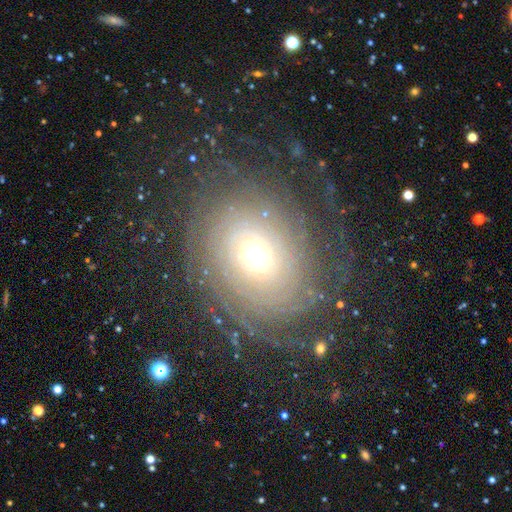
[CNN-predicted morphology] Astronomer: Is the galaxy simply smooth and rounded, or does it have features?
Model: featured or disk — 78%.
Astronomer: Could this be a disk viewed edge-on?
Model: no — 96%.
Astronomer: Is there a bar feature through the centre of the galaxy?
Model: no — 74%.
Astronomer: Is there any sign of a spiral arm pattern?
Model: yes — 90%.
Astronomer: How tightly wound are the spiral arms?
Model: tight — 79%.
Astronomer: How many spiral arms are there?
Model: can't tell — 37% (runner-up: more than 4, 23%).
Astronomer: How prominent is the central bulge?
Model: moderate — 64%.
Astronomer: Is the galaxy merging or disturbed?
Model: none — 77%.